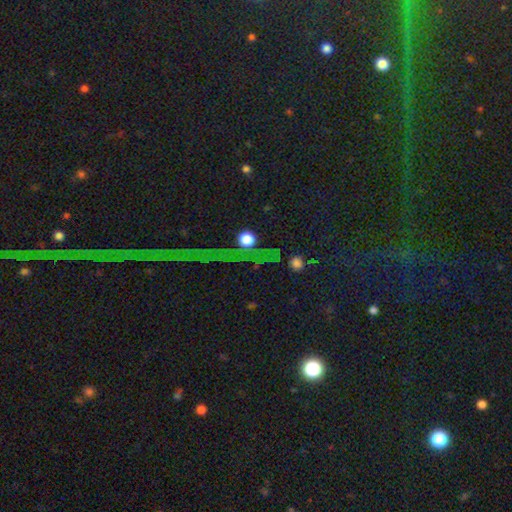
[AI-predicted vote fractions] Q: Smooth or featured?
A: star or artifact (82%); runner-up: smooth (10%)